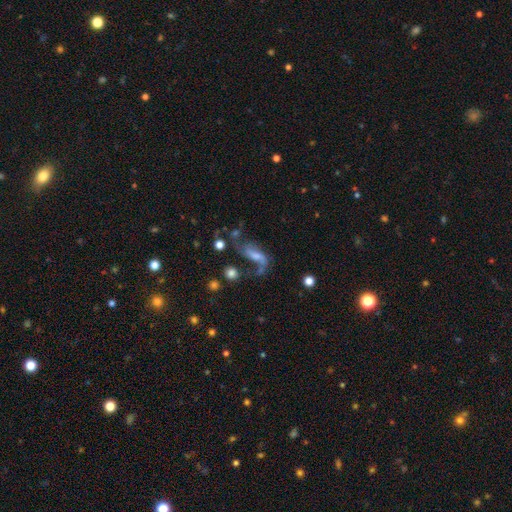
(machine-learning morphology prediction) Q: Smooth or featured?
A: featured or disk (62%); runner-up: smooth (24%)
Q: Edge-on disk?
A: no (89%); runner-up: yes (11%)
Q: Bar?
A: no (41%); runner-up: weak (39%)
Q: Spiral arms?
A: yes (80%); runner-up: no (20%)
Q: Bulge size?
A: small (37%); runner-up: moderate (32%)
Q: Merging?
A: none (36%); runner-up: major disturbance (31%)